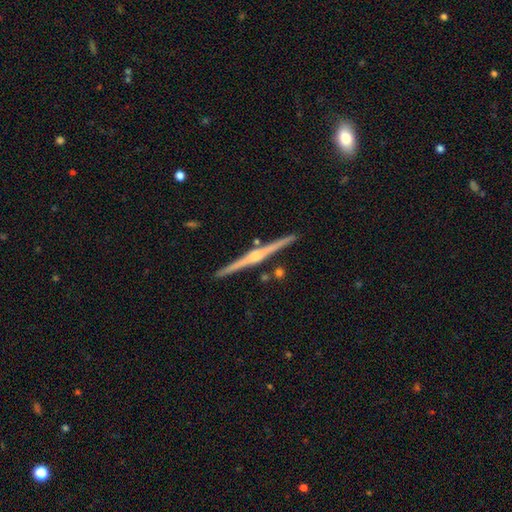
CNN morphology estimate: The model was most divided on "edge-on bulge": rounded: 82%, none: 10%, boxy: 8%. More confident: edge-on disk — yes (99%); merging — none (91%); smooth or featured — featured or disk (85%).